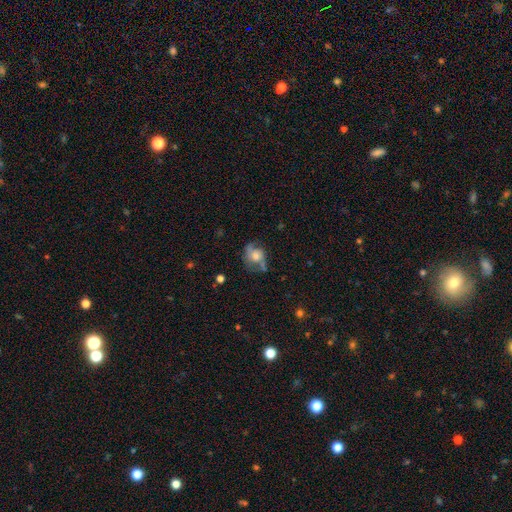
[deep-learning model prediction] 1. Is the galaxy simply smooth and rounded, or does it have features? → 51% featured or disk, 39% smooth, 9% star or artifact.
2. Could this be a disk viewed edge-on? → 96% no, 4% yes.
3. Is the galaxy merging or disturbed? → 49% none, 27% minor disturbance, 19% major disturbance, 5% merger.